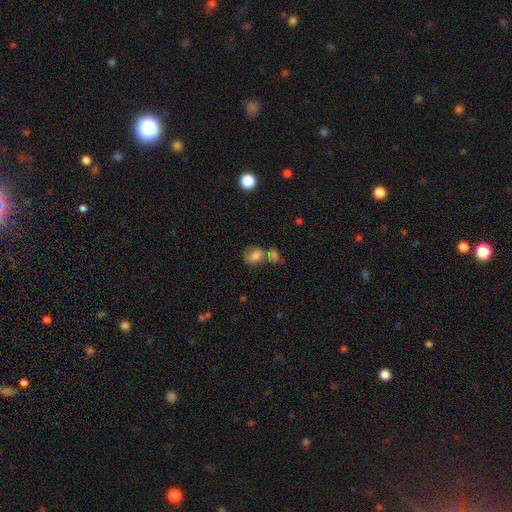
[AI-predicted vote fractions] The model was most divided on "how rounded": in between: 54%, round: 44%, cigar-shaped: 2%. Remaining: smooth or featured — smooth (69%); merging — merger (45%).